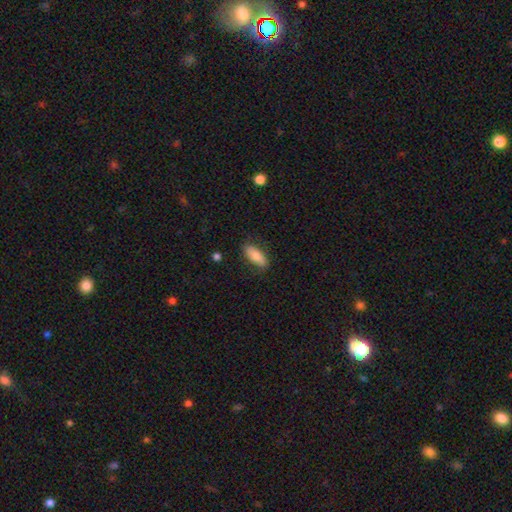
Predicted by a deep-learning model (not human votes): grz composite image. It shows a smooth galaxy with no disk features (77%) that is in between round and cigar-shaped (72%). Merging: none (78%).